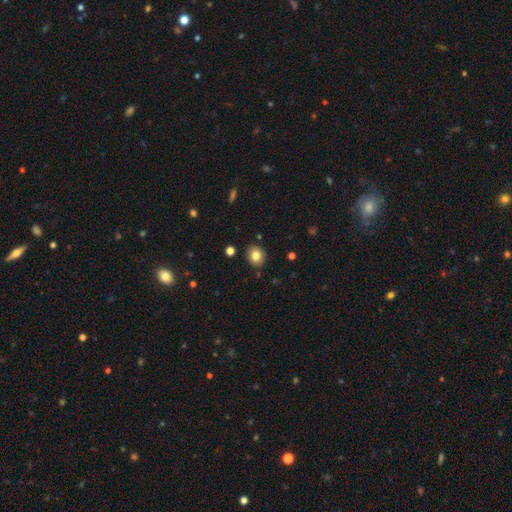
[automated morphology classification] Overall: smooth (81%). How rounded: round (74%). Merging: none (88%).